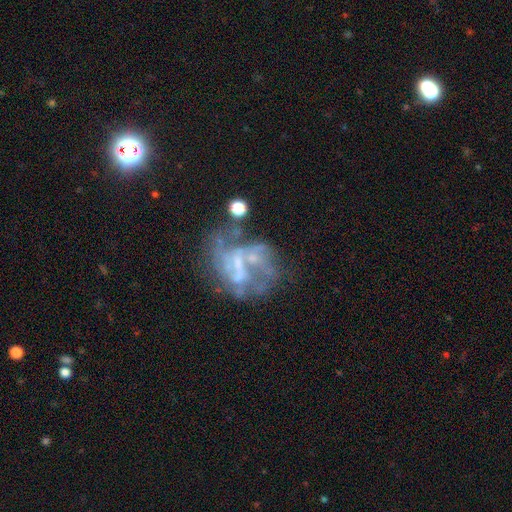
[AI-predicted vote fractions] Q: Smooth or featured?
A: featured or disk (68%); runner-up: smooth (18%)
Q: Edge-on disk?
A: no (97%); runner-up: yes (3%)
Q: Bar?
A: no (48%); runner-up: weak (35%)
Q: Spiral arms?
A: no (54%); runner-up: yes (46%)
Q: Bulge size?
A: none (44%); runner-up: small (28%)
Q: Merging?
A: major disturbance (35%); runner-up: none (29%)